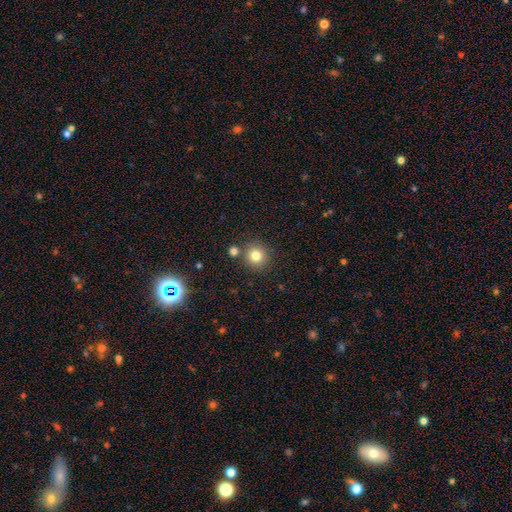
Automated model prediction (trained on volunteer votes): smooth_or_featured: smooth (p=0.81) [alt: star or artifact p=0.12]
how_rounded: round (p=0.92) [alt: in between p=0.07]
merging: none (p=0.80) [alt: merger p=0.09]